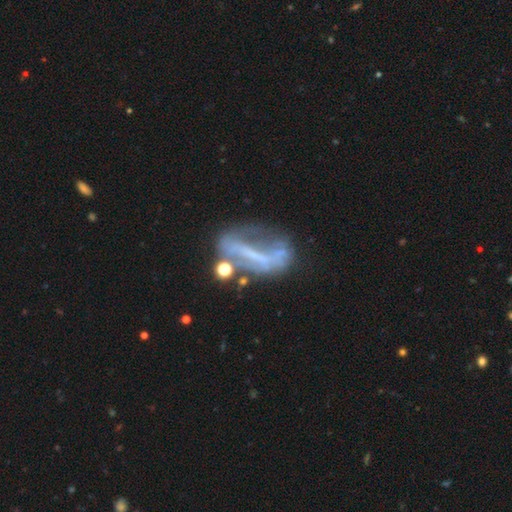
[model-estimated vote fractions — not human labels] featured or disk 62%, smooth 23%, star or artifact 15%. Down the decision tree: edge-on disk — no (80%); merging — none (37%).